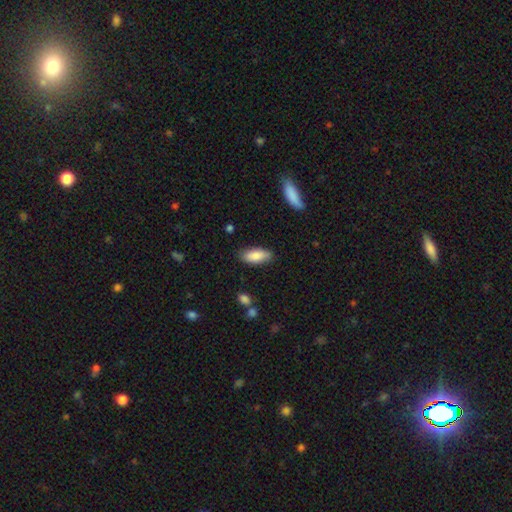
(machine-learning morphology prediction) Smooth or featured? Predicted: smooth (p=0.84). How rounded? Predicted: in between (p=0.80). Merging? Predicted: none (p=0.82).